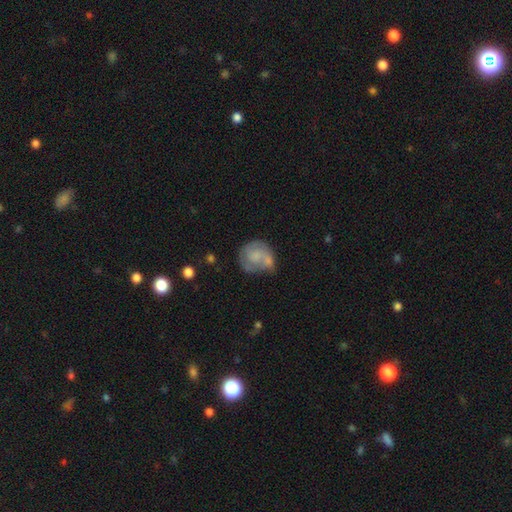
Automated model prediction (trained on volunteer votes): Smooth or featured?
  - smooth: 50% *
  - featured or disk: 43%
  - star or artifact: 7%
Merging?
  - none: 36% *
  - merger: 26%
  - minor disturbance: 23%
  - major disturbance: 15%